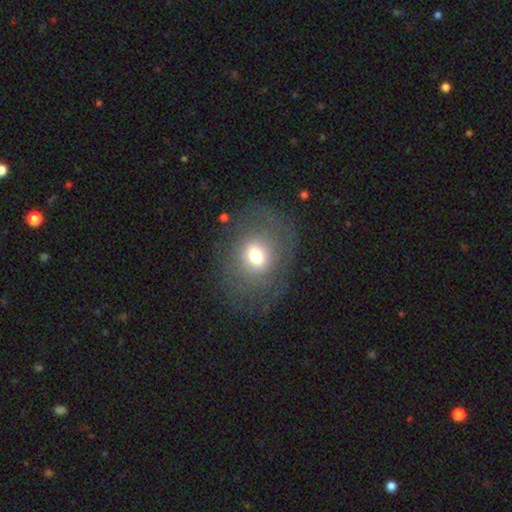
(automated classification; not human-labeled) Smooth or featured?
  - smooth: 52% *
  - featured or disk: 35%
  - star or artifact: 13%
How rounded?
  - round: 59% *
  - in between: 40%
  - cigar-shaped: 1%
Merging?
  - none: 70% *
  - minor disturbance: 15%
  - major disturbance: 13%
  - merger: 2%